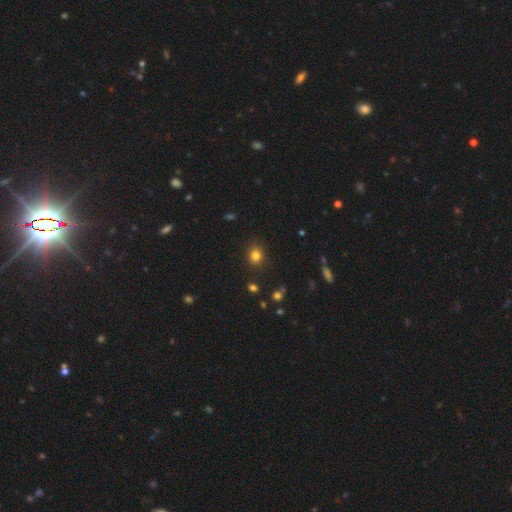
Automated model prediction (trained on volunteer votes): Overall: smooth (81%). How rounded: round (70%). Merging: none (87%).